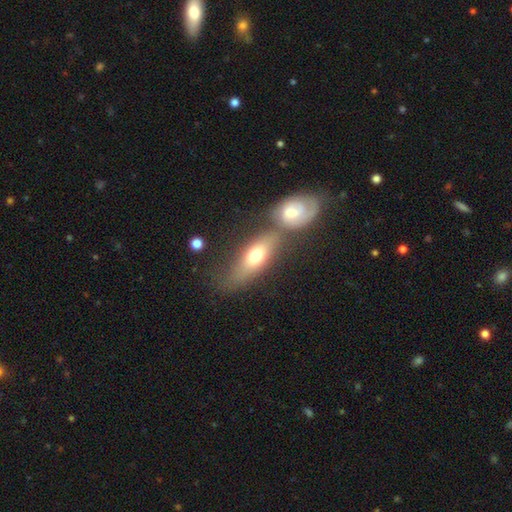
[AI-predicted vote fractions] smooth 65%, featured or disk 28%, star or artifact 8%. Down the decision tree: how rounded — in between (67%); merging — none (44%).